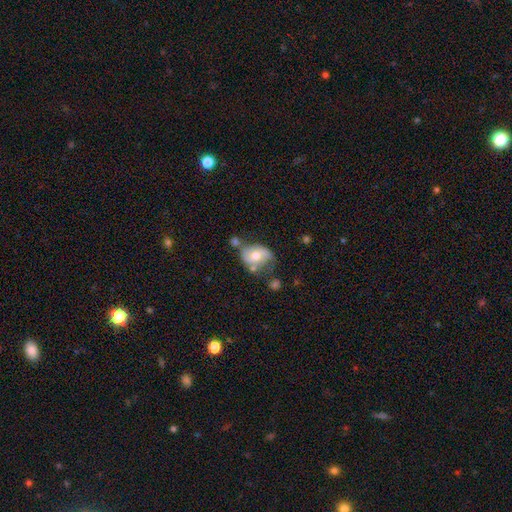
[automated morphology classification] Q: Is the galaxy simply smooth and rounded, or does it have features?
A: smooth — 52%.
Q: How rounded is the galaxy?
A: in between — 68%.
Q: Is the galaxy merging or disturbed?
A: none — 42%.